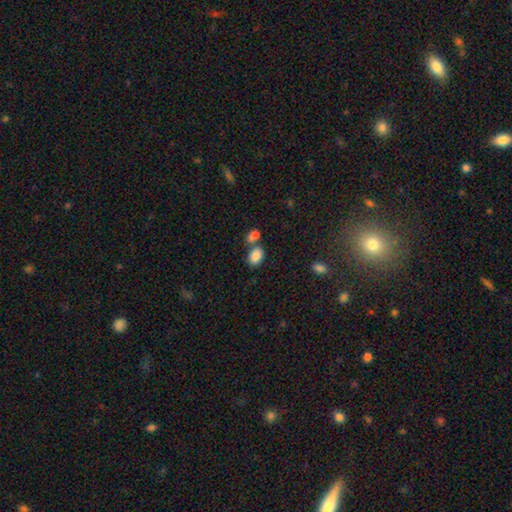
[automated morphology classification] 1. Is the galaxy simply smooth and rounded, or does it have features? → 86% smooth, 8% star or artifact, 6% featured or disk.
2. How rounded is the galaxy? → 82% in between, 17% round, 1% cigar-shaped.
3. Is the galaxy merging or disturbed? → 53% none, 32% merger, 11% minor disturbance, 4% major disturbance.